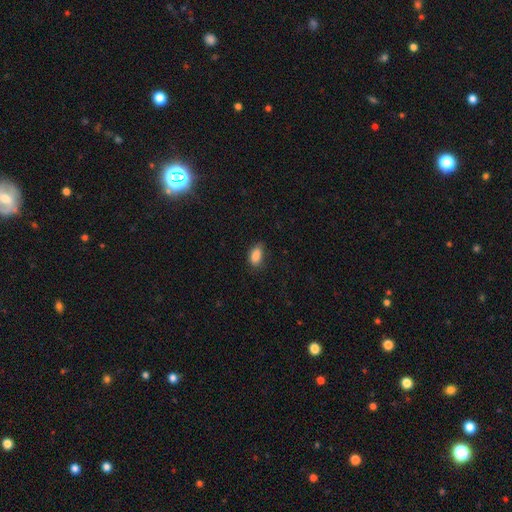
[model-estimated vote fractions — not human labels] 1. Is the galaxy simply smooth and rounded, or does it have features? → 86% smooth, 9% star or artifact, 5% featured or disk.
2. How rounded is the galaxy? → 88% in between, 8% round, 4% cigar-shaped.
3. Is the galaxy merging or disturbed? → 68% none, 25% minor disturbance, 5% major disturbance, 1% merger.